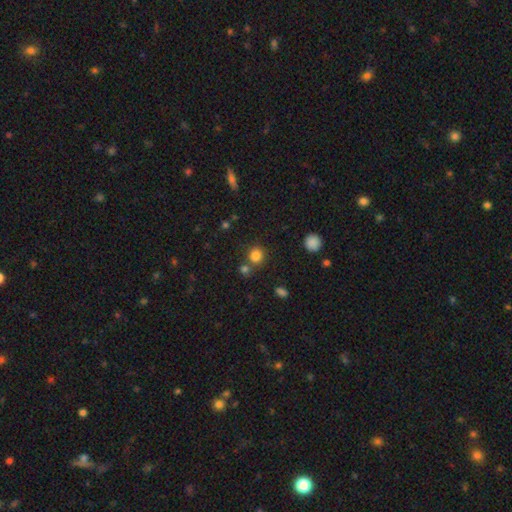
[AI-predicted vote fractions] Smooth or featured?
  - smooth: 81% *
  - star or artifact: 13%
  - featured or disk: 5%
How rounded?
  - round: 88% *
  - in between: 11%
  - cigar-shaped: 1%
Merging?
  - none: 70% *
  - merger: 18%
  - minor disturbance: 8%
  - major disturbance: 3%